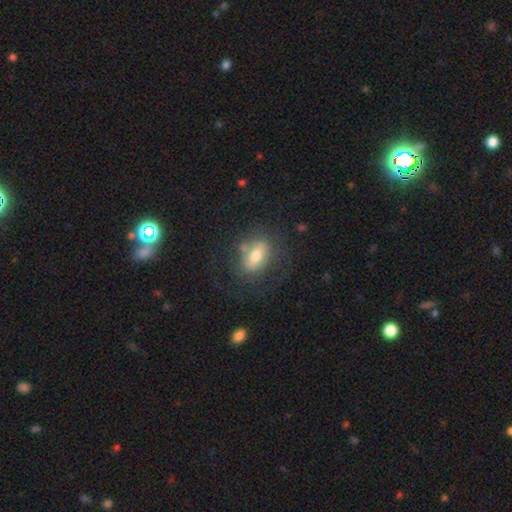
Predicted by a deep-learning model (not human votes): Smooth or featured? smooth (54%)
How rounded? in between (76%)
Merging? none (65%)